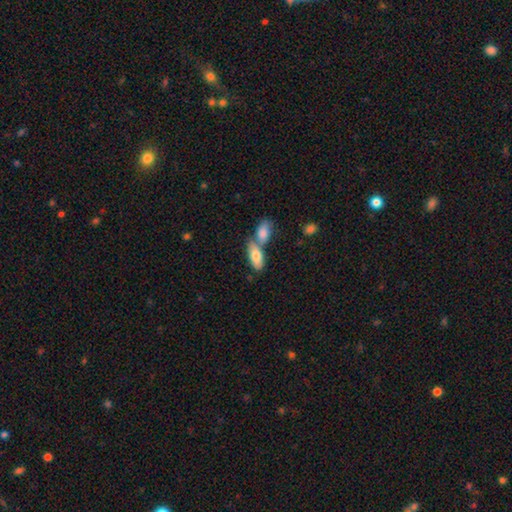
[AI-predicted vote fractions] This is likely a smooth galaxy (78%). How rounded: clearly in between (84%). Merging: possibly merger (52%).